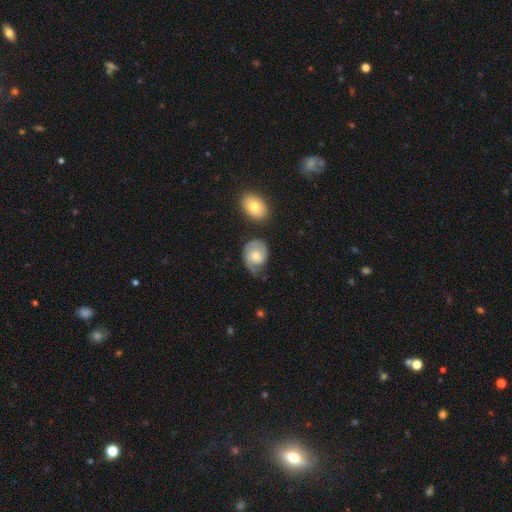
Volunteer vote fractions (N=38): Smooth or featured?
  - featured or disk: 53% *
  - smooth: 39%
  - star or artifact: 8%
Edge-on disk?
  - no: 95% *
  - yes: 5%
Bar?
  - no: 79% *
  - weak: 21%
  - strong: 0%
Spiral arms?
  - yes: 89% *
  - no: 11%
Spiral winding?
  - medium: 53% *
  - tight: 41%
  - loose: 6%
Spiral arm count?
  - 2: 47% *
  - can't tell: 24%
  - 1: 18%
  - 3: 12%
  - 4: 0%
  - more than 4: 0%
Bulge size?
  - small: 47% *
  - moderate: 42%
  - large: 5%
  - none: 5%
  - dominant: 0%
Merging?
  - minor disturbance: 43% *
  - none: 34%
  - major disturbance: 20%
  - merger: 3%